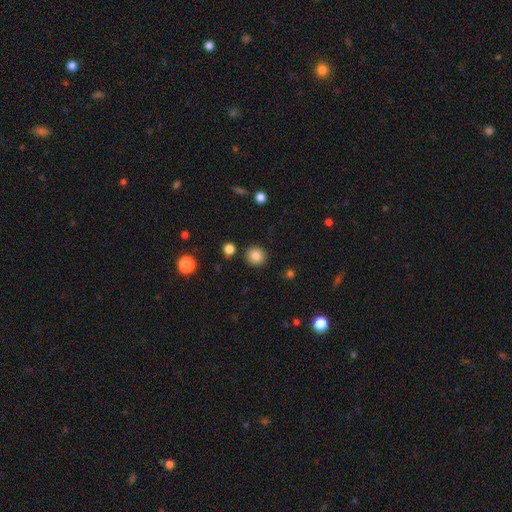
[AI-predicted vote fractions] Q: Smooth or featured?
A: smooth (86%); runner-up: star or artifact (10%)
Q: How rounded?
A: round (91%); runner-up: in between (8%)
Q: Merging?
A: none (90%); runner-up: minor disturbance (6%)